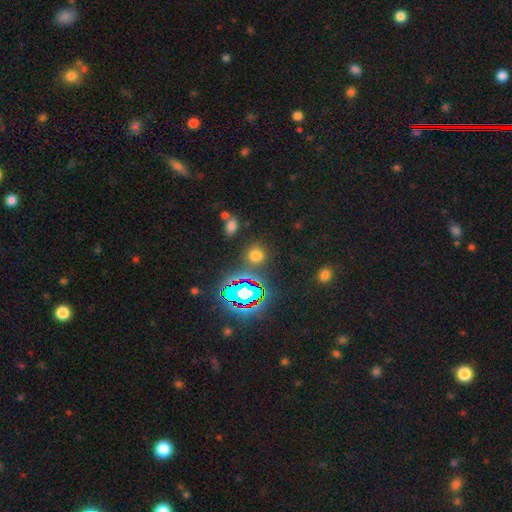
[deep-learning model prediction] Smooth or featured? smooth (60%)
How rounded? round (85%)
Merging? none (82%)